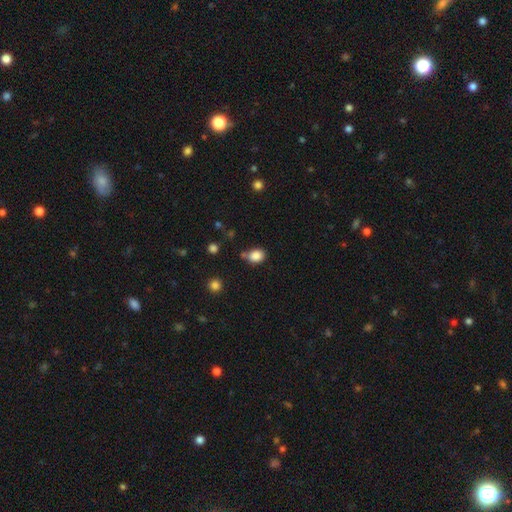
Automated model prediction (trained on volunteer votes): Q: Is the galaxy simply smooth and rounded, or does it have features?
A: smooth — 85%.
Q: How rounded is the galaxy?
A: in between — 51%.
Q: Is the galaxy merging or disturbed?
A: none — 65%.